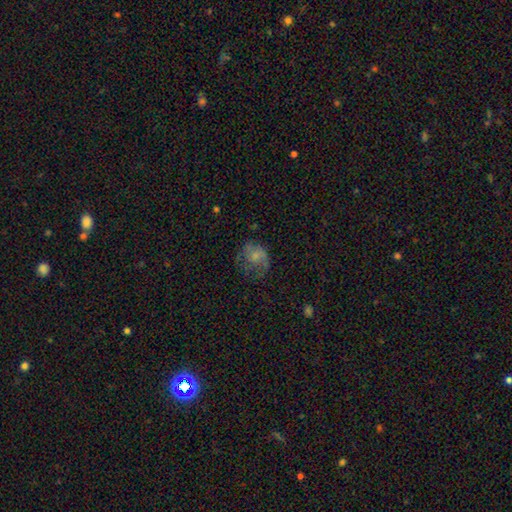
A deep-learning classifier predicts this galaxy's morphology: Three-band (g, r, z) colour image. It shows a smooth galaxy with no disk features (51%) that is round (61%). Merging: none (44%).